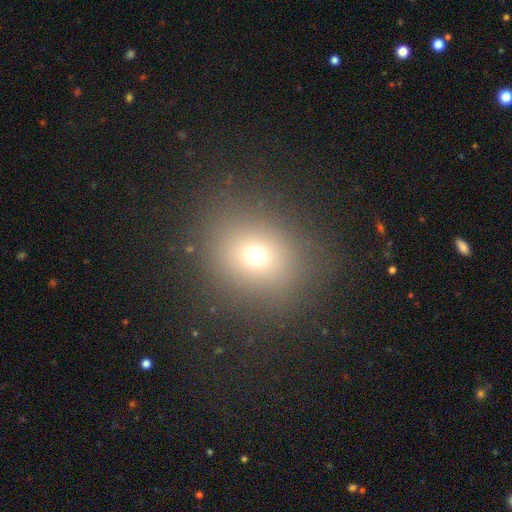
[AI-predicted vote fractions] Overall: smooth (67%). How rounded: round (71%). Merging: none (84%).